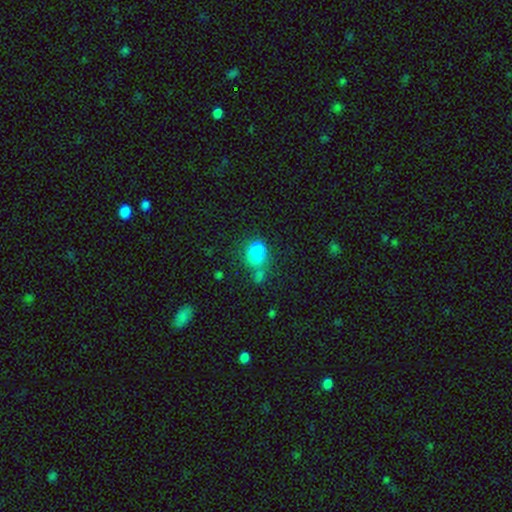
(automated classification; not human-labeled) Q: Smooth or featured?
A: smooth (78%); runner-up: star or artifact (12%)
Q: How rounded?
A: in between (77%); runner-up: round (20%)
Q: Merging?
A: none (35%); runner-up: merger (26%)